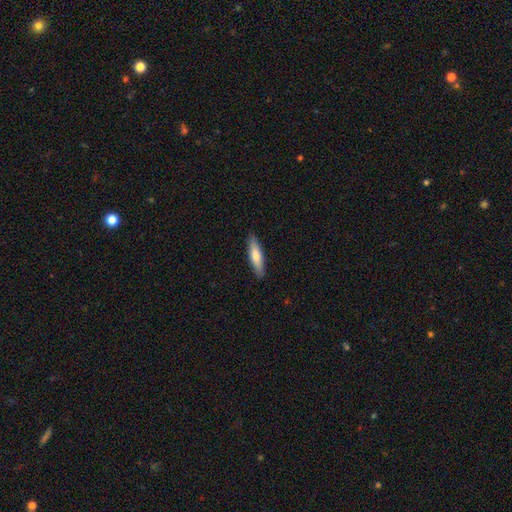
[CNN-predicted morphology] This appears to be a smooth galaxy with no disk features (71%) that is cigar-shaped (75%). Merging: none (89%).